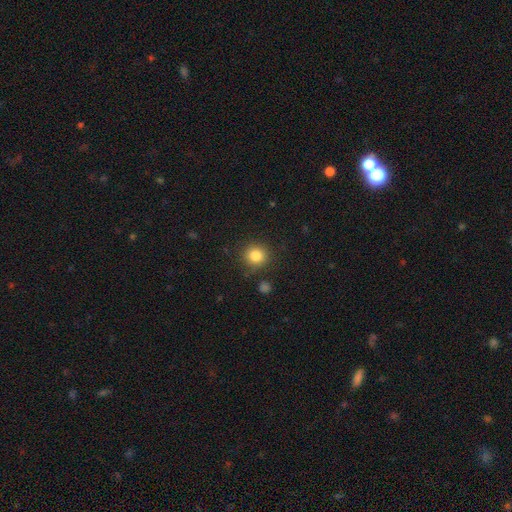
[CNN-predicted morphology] Q: Smooth or featured?
A: smooth (83%); runner-up: star or artifact (11%)
Q: How rounded?
A: round (91%); runner-up: in between (8%)
Q: Merging?
A: none (85%); runner-up: minor disturbance (9%)